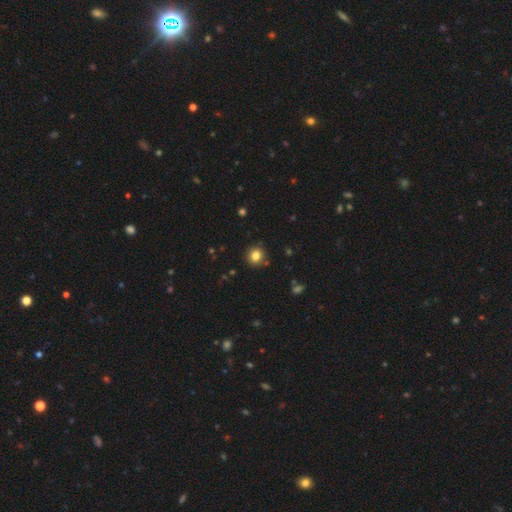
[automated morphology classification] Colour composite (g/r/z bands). It shows a smooth galaxy with no disk features (83%) that is round (85%). Merging: none (88%).